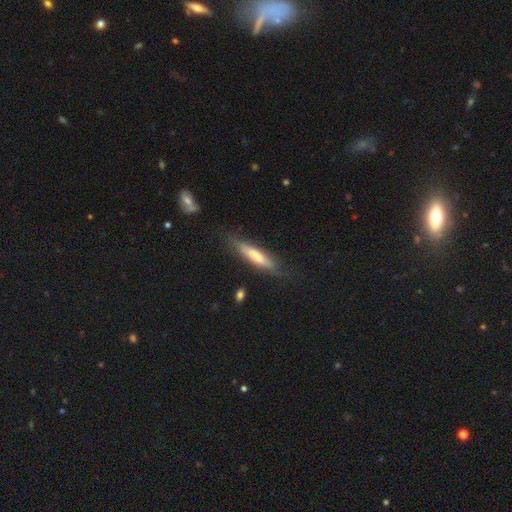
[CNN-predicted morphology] smooth 56%, featured or disk 38%, star or artifact 6%. Down the decision tree: how rounded — cigar-shaped (83%); merging — none (77%).